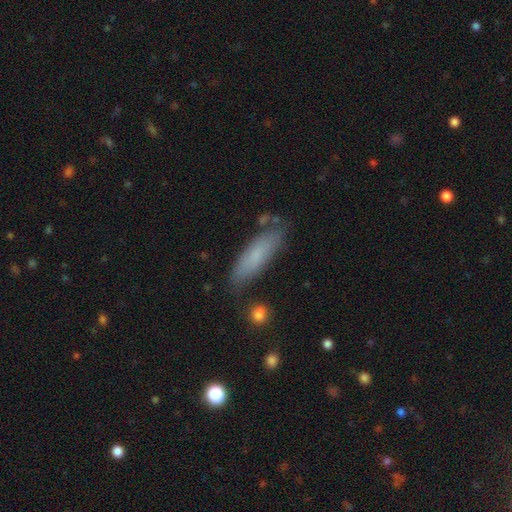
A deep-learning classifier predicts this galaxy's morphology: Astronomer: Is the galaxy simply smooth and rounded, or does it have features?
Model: smooth — 71%.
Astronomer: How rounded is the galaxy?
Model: cigar-shaped — 50% (runner-up: in between, 48%).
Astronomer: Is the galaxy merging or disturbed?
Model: none — 68%.